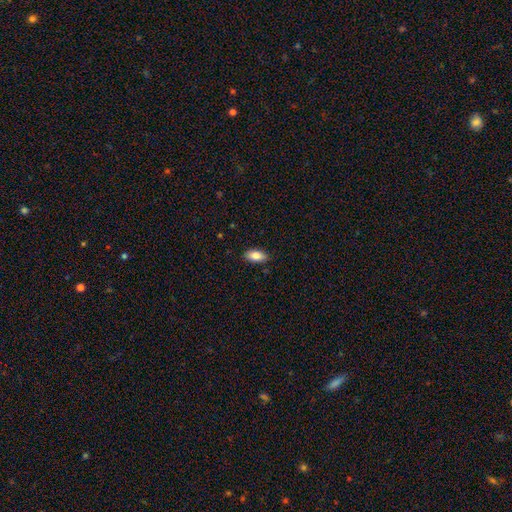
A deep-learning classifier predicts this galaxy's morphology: This appears to be a smooth galaxy with no disk features (84%) that is in between round and cigar-shaped (91%). Merging: none (87%).